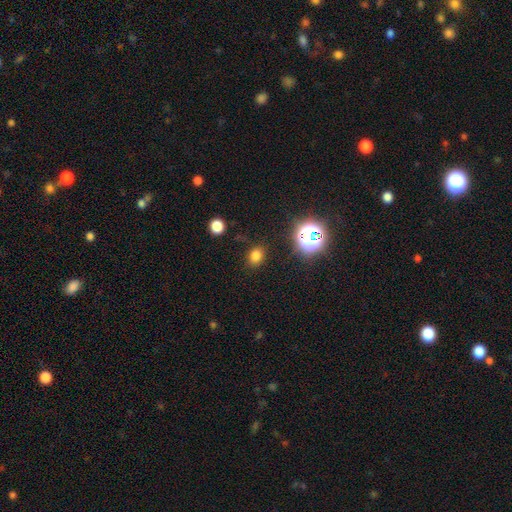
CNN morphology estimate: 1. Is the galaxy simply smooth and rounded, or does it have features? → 75% smooth, 19% star or artifact, 6% featured or disk.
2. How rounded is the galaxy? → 60% in between, 39% round, 1% cigar-shaped.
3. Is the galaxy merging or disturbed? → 84% none, 11% minor disturbance, 3% major disturbance, 2% merger.